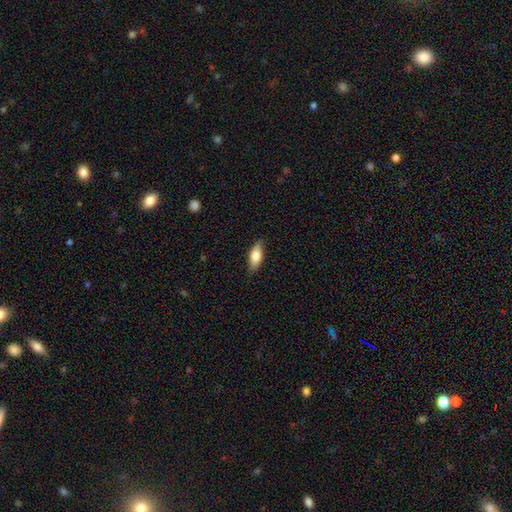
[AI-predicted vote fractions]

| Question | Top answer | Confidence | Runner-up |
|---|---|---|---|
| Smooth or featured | smooth | 71% | featured or disk (23%) |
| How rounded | in between | 72% | cigar-shaped (25%) |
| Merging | none | 84% | minor disturbance (13%) |